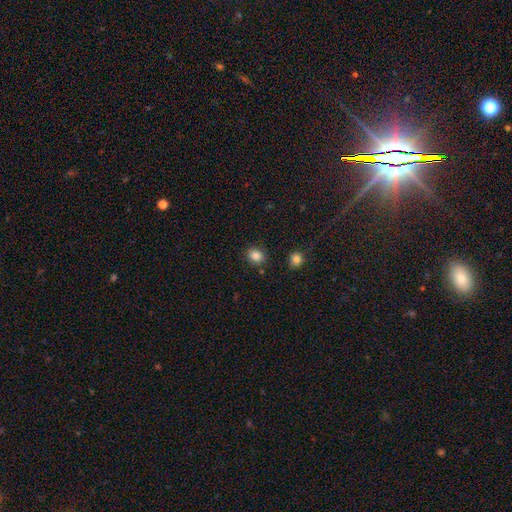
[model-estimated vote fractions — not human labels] A smooth galaxy with no disk features (85%) that is round (67%). Merging: none (86%).